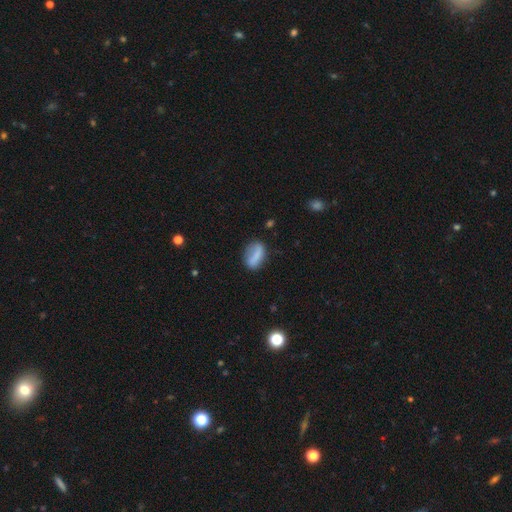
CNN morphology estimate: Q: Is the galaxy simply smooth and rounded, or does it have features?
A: smooth — 73%.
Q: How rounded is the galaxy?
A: in between — 79%.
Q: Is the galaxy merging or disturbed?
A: none — 64%.